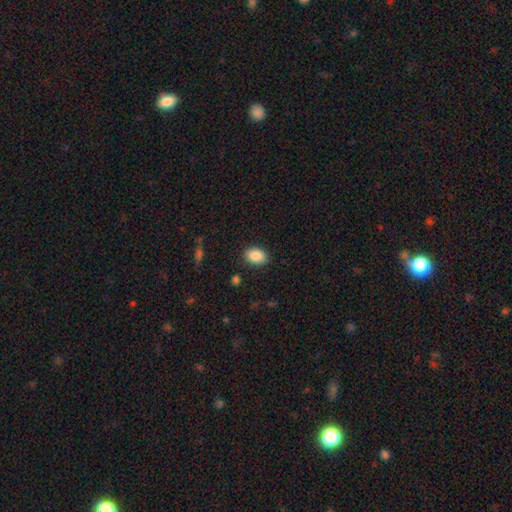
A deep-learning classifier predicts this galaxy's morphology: smooth 88%, star or artifact 8%, featured or disk 4%. Down the decision tree: how rounded — in between (84%); merging — none (87%).